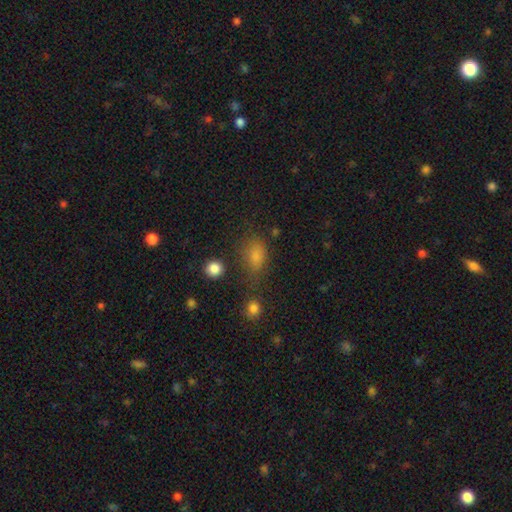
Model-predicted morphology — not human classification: smooth-or-featured: smooth: 73% | star or artifact: 20% | featured or disk: 7%
  how-rounded: in between: 77% | round: 19% | cigar-shaped: 4%
  merging: none: 65% | minor disturbance: 20% | major disturbance: 8% | merger: 7%